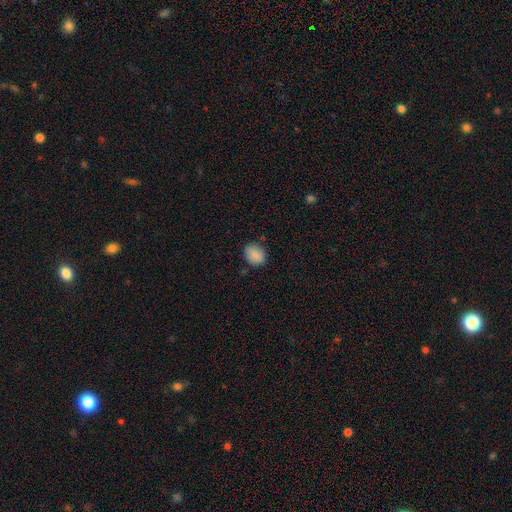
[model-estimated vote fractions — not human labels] Smooth or featured? smooth (87%)
How rounded? round (55%)
Merging? none (80%)